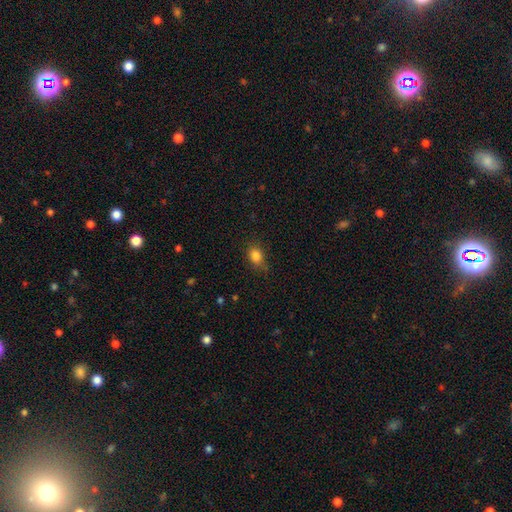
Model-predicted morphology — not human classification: smooth_or_featured: smooth (p=0.84) [alt: star or artifact p=0.10]
how_rounded: in between (p=0.63) [alt: round p=0.36]
merging: none (p=0.71) [alt: minor disturbance p=0.22]